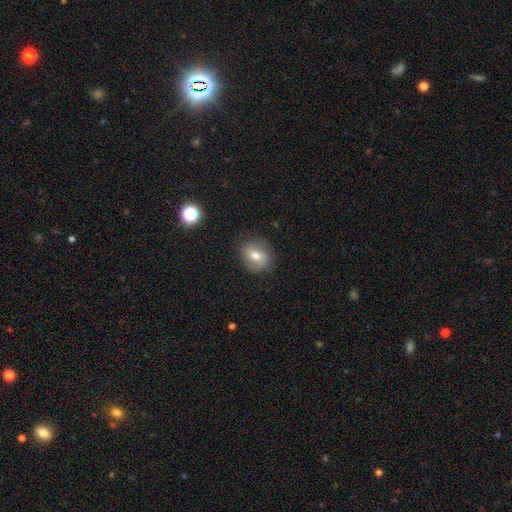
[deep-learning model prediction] Morphology: type=smooth (65%); roundness=round (67%); merging=none (83%).